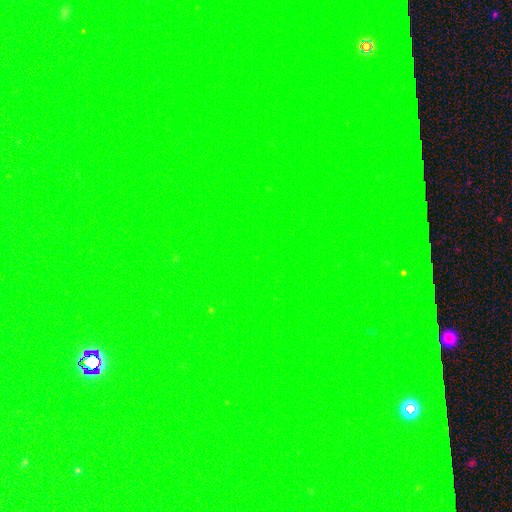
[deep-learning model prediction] star or artifact 82%, smooth 9%, featured or disk 9%.